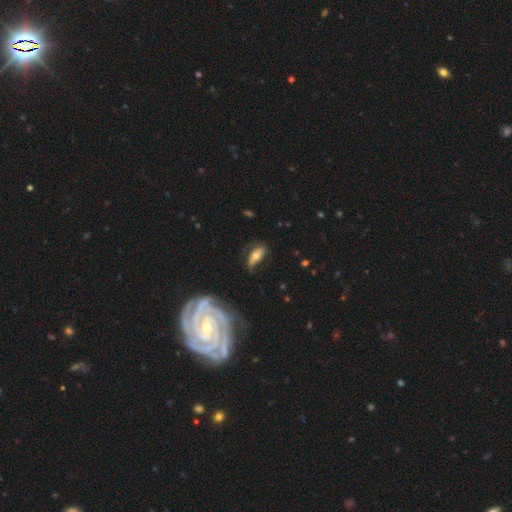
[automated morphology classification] The model was most divided on "smooth or featured": smooth: 50%, featured or disk: 41%, star or artifact: 9%. More confident: how rounded — in between (78%); merging — none (58%).